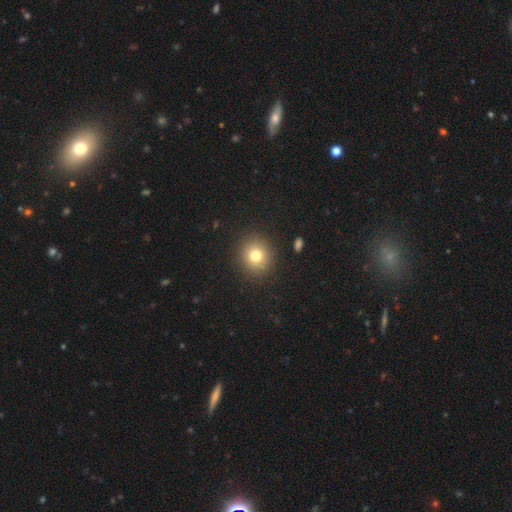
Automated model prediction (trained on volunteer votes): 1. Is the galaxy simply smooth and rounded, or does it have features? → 77% smooth, 13% star or artifact, 10% featured or disk.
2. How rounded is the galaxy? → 86% round, 13% in between, 1% cigar-shaped.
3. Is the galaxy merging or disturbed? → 90% none, 7% minor disturbance, 3% major disturbance, 1% merger.